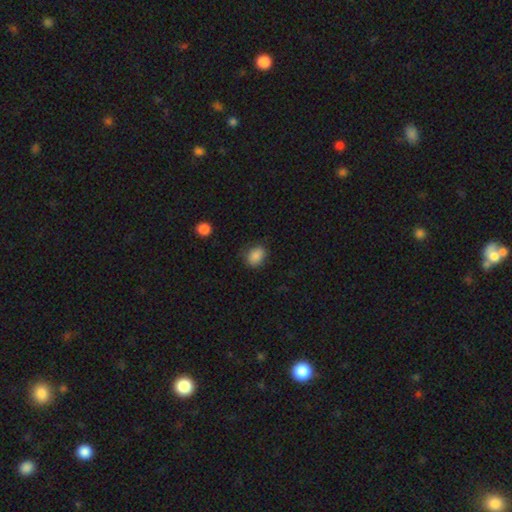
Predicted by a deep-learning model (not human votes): This appears to be a smooth galaxy with no disk features (86%) that is in between round and cigar-shaped (67%). Merging: none (77%).